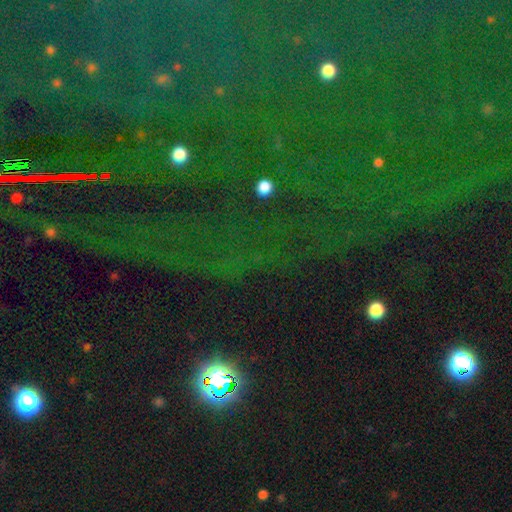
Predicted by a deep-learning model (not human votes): smooth_or_featured: star or artifact (p=0.83) [alt: smooth p=0.09]